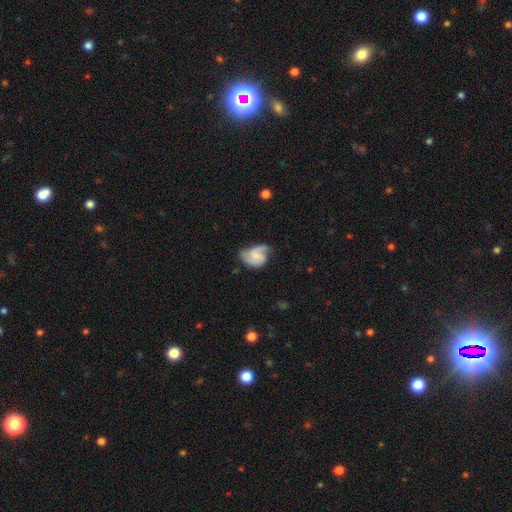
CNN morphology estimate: type=featured or disk (65%); edge-on=no (98%); bar=no (60%); spiral arms=yes (91%); winding=medium (45%); arm count=2 (61%); bulge=small (46%); merging=none (44%).